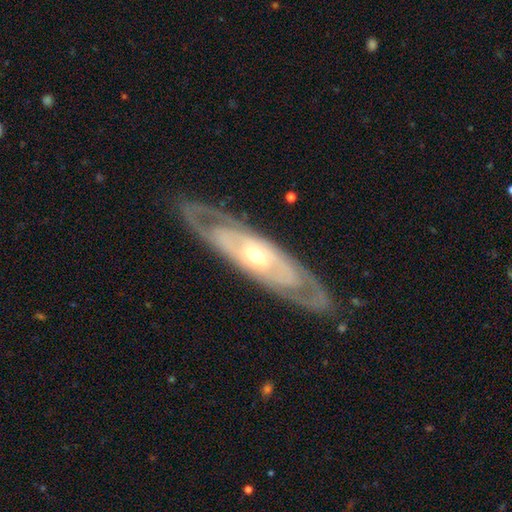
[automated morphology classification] smooth-or-featured: featured or disk: 79% | smooth: 16% | star or artifact: 5%
  disk-edge-on: no: 72% | yes: 28%
    bar: no: 75% | weak: 18% | strong: 8%
    has-spiral-arms: yes: 58% | no: 42%
    bulge-size: moderate: 53% | small: 41% | large: 4% | dominant: 1% | none: 1%
  merging: none: 83% | minor disturbance: 11% | major disturbance: 4% | merger: 1%